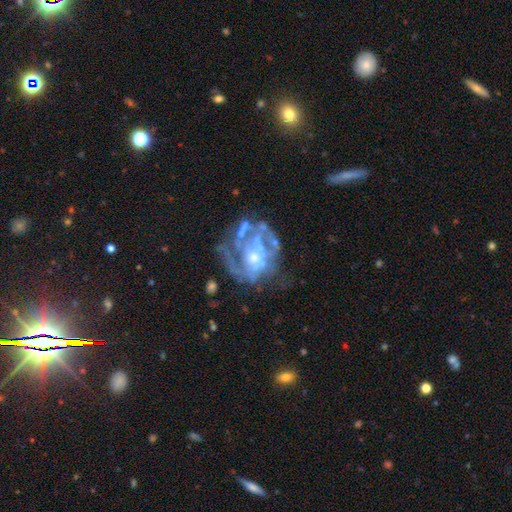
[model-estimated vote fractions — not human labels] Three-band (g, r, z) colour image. It shows a featured or disk galaxy (79%) with no bar (77%), no spiral arms (52%) and a small central bulge (42%). Merging: none (44%).